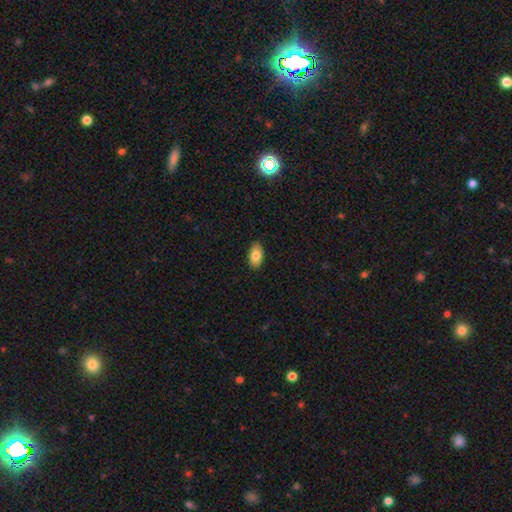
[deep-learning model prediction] smooth 83%, featured or disk 10%, star or artifact 7%. Down the decision tree: how rounded — in between (94%); merging — none (89%).